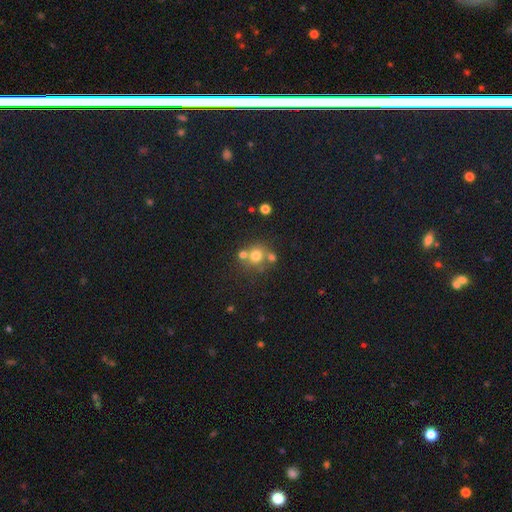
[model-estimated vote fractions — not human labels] Q: Smooth or featured?
A: smooth (70%); runner-up: star or artifact (16%)
Q: How rounded?
A: round (88%); runner-up: in between (11%)
Q: Merging?
A: none (58%); runner-up: merger (29%)